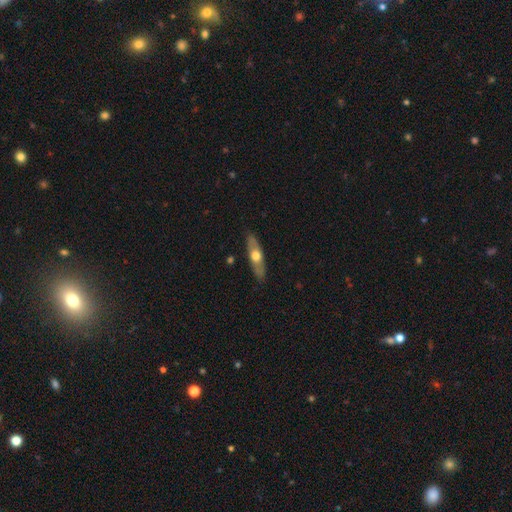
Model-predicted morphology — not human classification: The model was most divided on "smooth or featured": featured or disk: 50%, smooth: 45%, star or artifact: 5%. More confident: merging — none (85%).